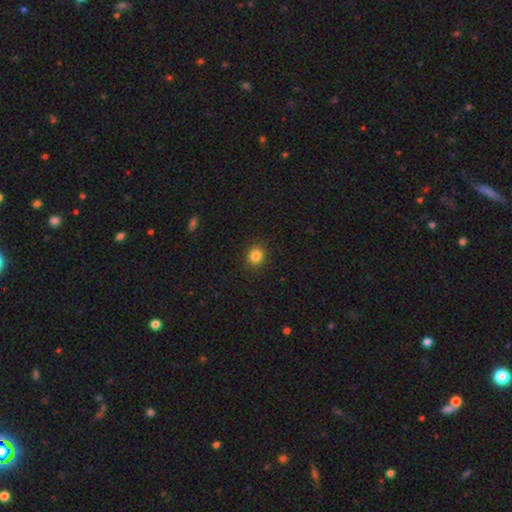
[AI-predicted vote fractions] smooth_or_featured: smooth (p=0.84) [alt: star or artifact p=0.12]
how_rounded: round (p=0.86) [alt: in between p=0.13]
merging: none (p=0.91) [alt: minor disturbance p=0.06]